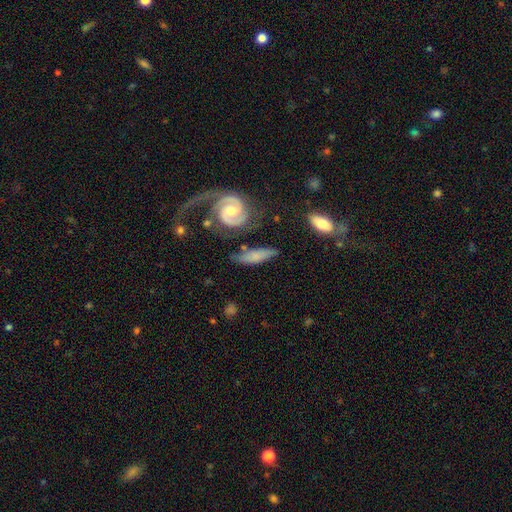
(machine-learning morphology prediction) smooth_or_featured: featured or disk (p=0.52) [alt: smooth p=0.41]
disk_edge_on: no (p=0.74) [alt: yes p=0.26]
merging: none (p=0.61) [alt: minor disturbance p=0.22]